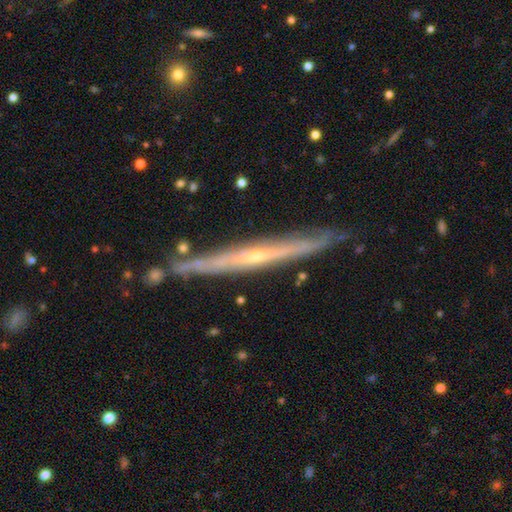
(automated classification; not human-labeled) Smooth or featured?
  - featured or disk: 80% *
  - smooth: 14%
  - star or artifact: 6%
Edge-on disk?
  - yes: 94% *
  - no: 6%
Edge-on bulge?
  - rounded: 55% *
  - none: 42%
  - boxy: 3%
Merging?
  - none: 83% *
  - minor disturbance: 13%
  - merger: 2%
  - major disturbance: 2%